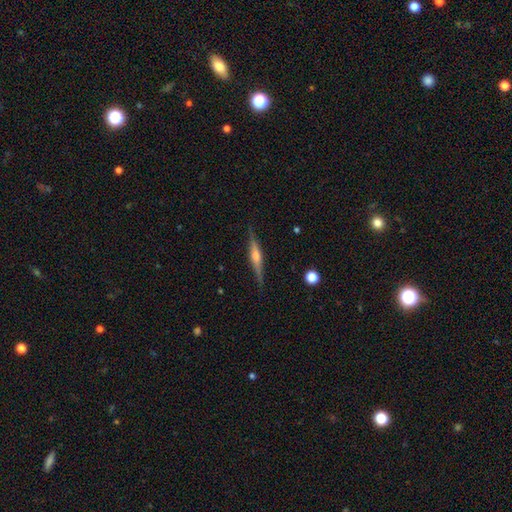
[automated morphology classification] Smooth or featured?
  - featured or disk: 78% *
  - smooth: 16%
  - star or artifact: 6%
Edge-on disk?
  - yes: 98% *
  - no: 2%
Edge-on bulge?
  - rounded: 82% *
  - boxy: 12%
  - none: 5%
Merging?
  - none: 88% *
  - minor disturbance: 9%
  - major disturbance: 2%
  - merger: 1%